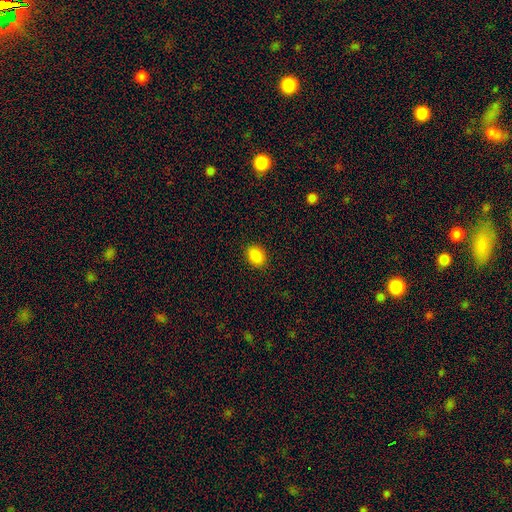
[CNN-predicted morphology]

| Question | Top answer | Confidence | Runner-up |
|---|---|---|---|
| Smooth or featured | smooth | 88% | star or artifact (9%) |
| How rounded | in between | 70% | round (29%) |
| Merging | none | 90% | minor disturbance (7%) |